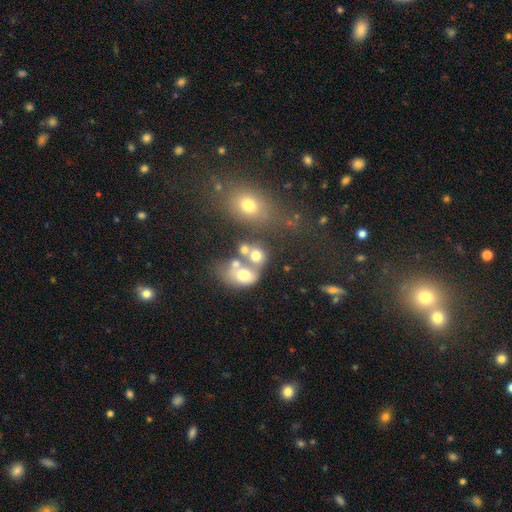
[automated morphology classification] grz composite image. It shows a smooth galaxy with no disk features (63%) that is round (56%). Merging: merger (47%).